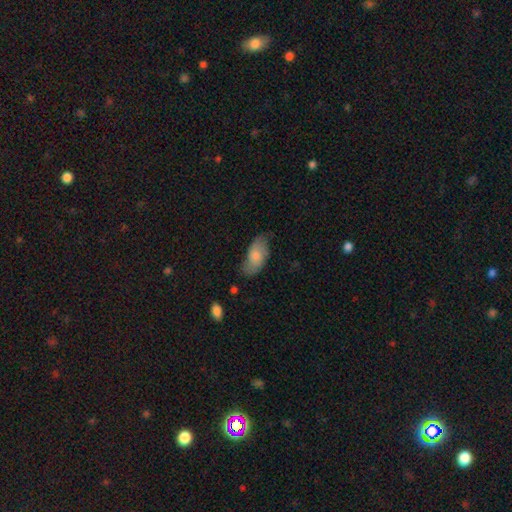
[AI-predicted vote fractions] Q: Smooth or featured?
A: smooth (68%); runner-up: featured or disk (26%)
Q: How rounded?
A: in between (93%); runner-up: cigar-shaped (4%)
Q: Merging?
A: none (61%); runner-up: minor disturbance (29%)